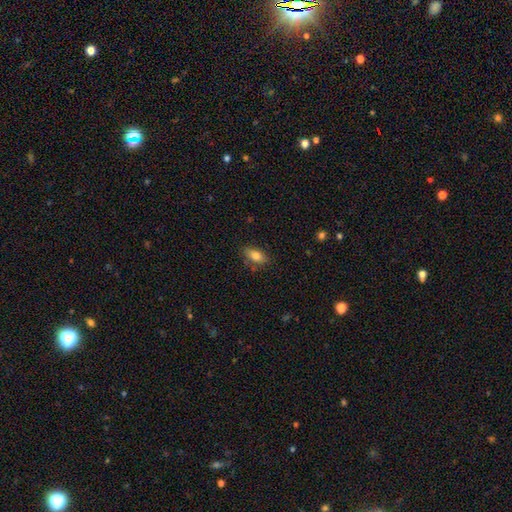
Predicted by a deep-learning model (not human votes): This appears to be a smooth galaxy with no disk features (80%) that is in between round and cigar-shaped (86%). Merging: none (78%).